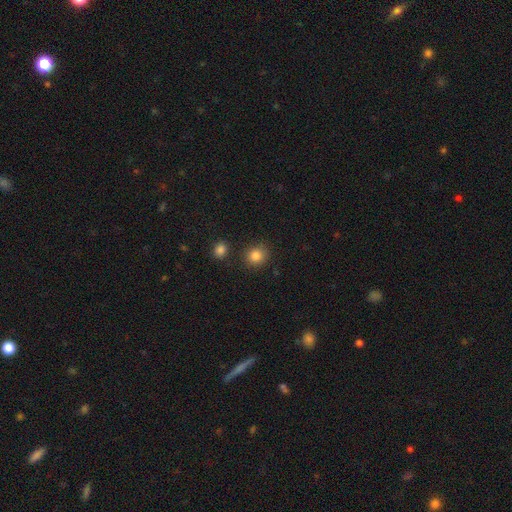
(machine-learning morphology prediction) Smooth or featured? Predicted: smooth (p=0.85). How rounded? Predicted: round (p=0.83). Merging? Predicted: none (p=0.84).